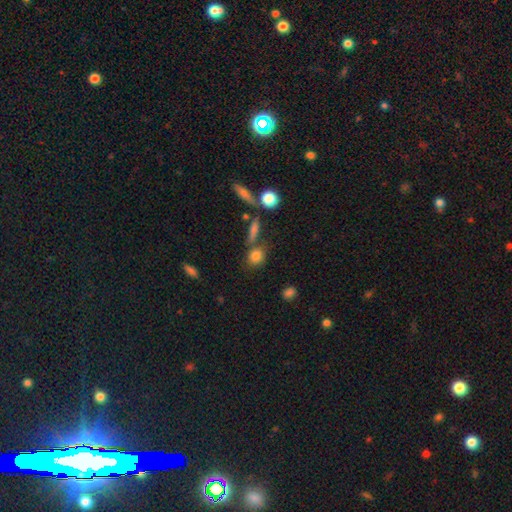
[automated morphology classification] A smooth galaxy with no disk features (81%) that is round (69%).

Vote fractions:
- Smooth or featured? smooth: 81% / star or artifact: 11% / featured or disk: 8%
- How rounded? round: 69% / in between: 26% / cigar-shaped: 5%
- Merging? none: 66% / merger: 17% / minor disturbance: 12% / major disturbance: 5%